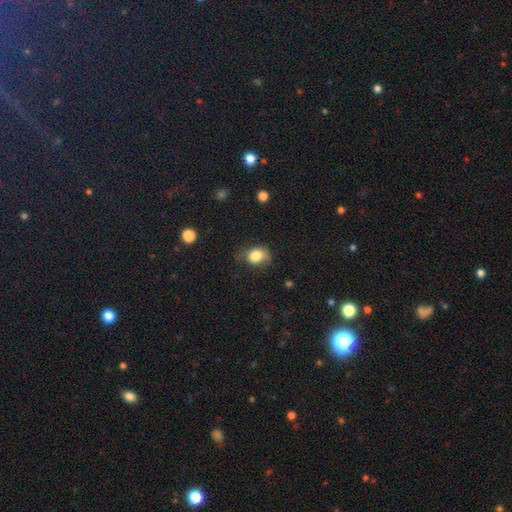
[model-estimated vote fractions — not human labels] smooth 80%, featured or disk 11%, star or artifact 9%. Down the decision tree: how rounded — in between (54%); merging — none (53%).